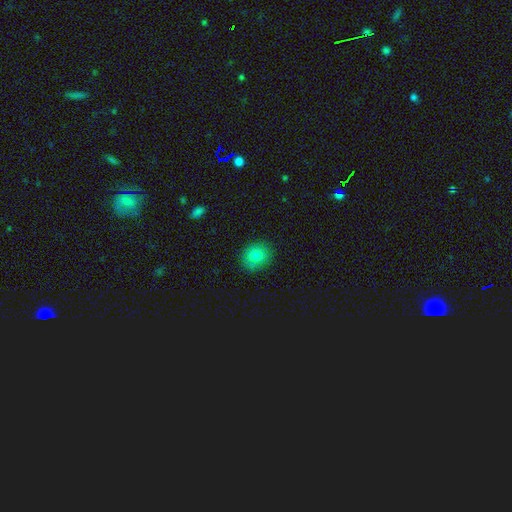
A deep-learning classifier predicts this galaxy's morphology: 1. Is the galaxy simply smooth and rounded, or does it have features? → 81% smooth, 10% star or artifact, 9% featured or disk.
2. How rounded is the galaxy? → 68% round, 31% in between, 1% cigar-shaped.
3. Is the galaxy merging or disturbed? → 86% none, 10% minor disturbance, 2% major disturbance, 1% merger.